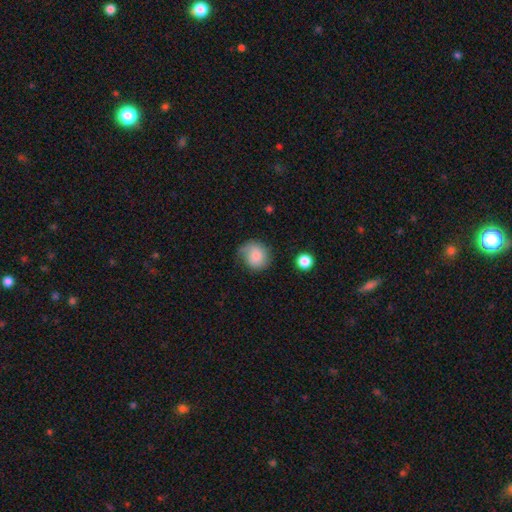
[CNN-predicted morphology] Q: Smooth or featured?
A: smooth (74%); runner-up: featured or disk (18%)
Q: How rounded?
A: round (76%); runner-up: in between (23%)
Q: Merging?
A: none (54%); runner-up: minor disturbance (30%)